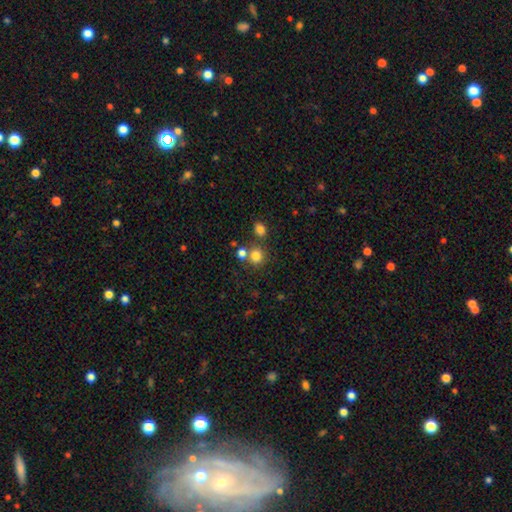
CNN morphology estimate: smooth 79%, star or artifact 14%, featured or disk 7%. Down the decision tree: how rounded — round (84%); merging — none (65%).